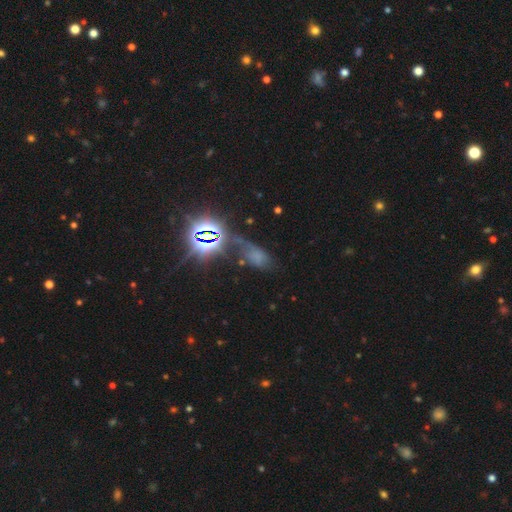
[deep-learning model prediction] Smooth or featured? Predicted: star or artifact (p=0.43).